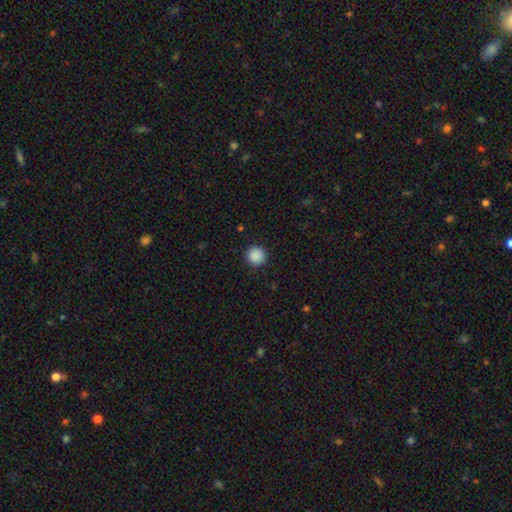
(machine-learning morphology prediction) A smooth galaxy with no disk features (89%) that is round (95%).

Vote fractions:
- Smooth or featured? smooth: 89% / star or artifact: 9% / featured or disk: 2%
- How rounded? round: 95% / in between: 4% / cigar-shaped: 1%
- Merging? none: 92% / minor disturbance: 5% / major disturbance: 2% / merger: 1%